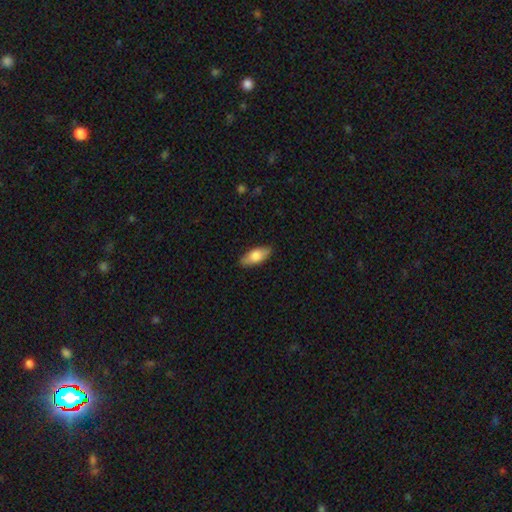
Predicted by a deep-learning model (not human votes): smooth 75%, featured or disk 19%, star or artifact 6%. Down the decision tree: how rounded — in between (82%); merging — none (87%).